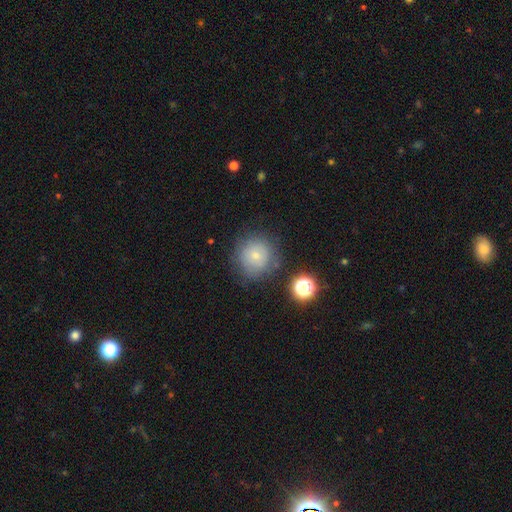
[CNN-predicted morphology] Smooth or featured? smooth (73%)
How rounded? round (91%)
Merging? none (76%)